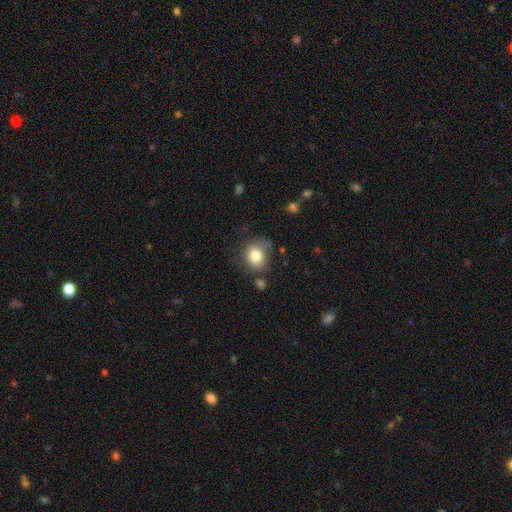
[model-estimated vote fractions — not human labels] Q: Smooth or featured?
A: smooth (80%); runner-up: featured or disk (11%)
Q: How rounded?
A: round (68%); runner-up: in between (32%)
Q: Merging?
A: none (65%); runner-up: minor disturbance (22%)